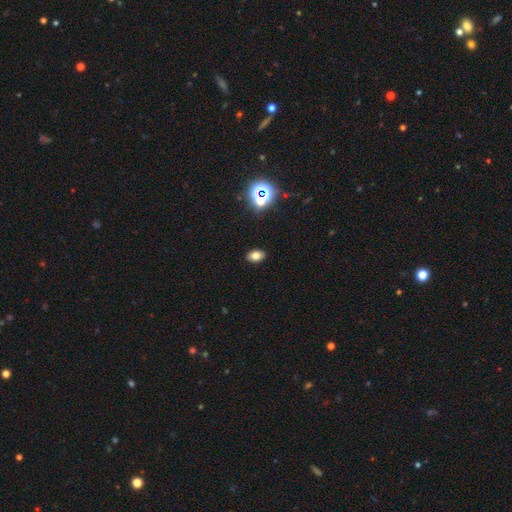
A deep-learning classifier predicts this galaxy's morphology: This appears to be a smooth galaxy with no disk features (75%) that is in between round and cigar-shaped (85%). Merging: none (89%).